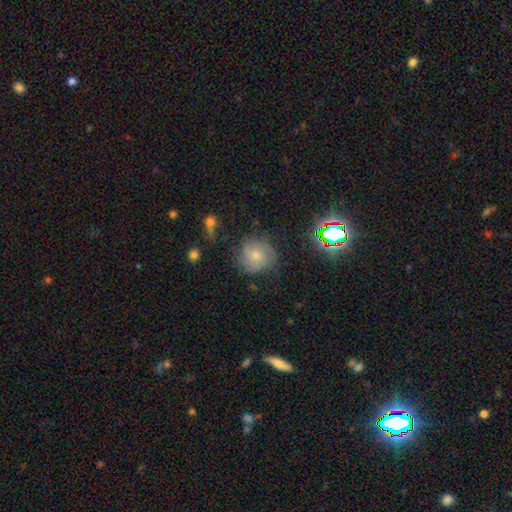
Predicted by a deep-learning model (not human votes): Smooth or featured? Predicted: smooth (p=0.47). Merging? Predicted: none (p=0.61).